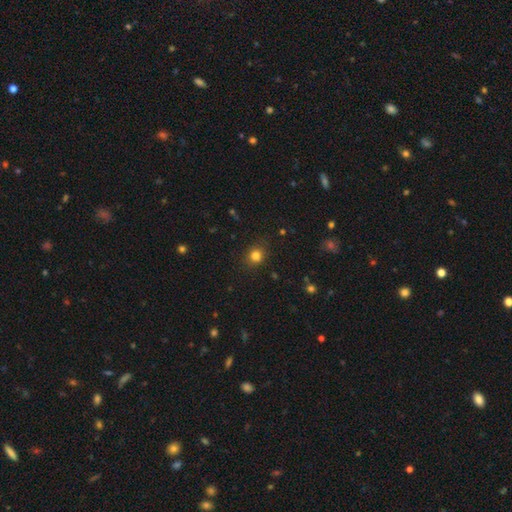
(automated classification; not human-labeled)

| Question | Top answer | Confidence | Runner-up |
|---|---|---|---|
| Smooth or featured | smooth | 80% | star or artifact (14%) |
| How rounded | round | 80% | in between (19%) |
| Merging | none | 85% | minor disturbance (10%) |